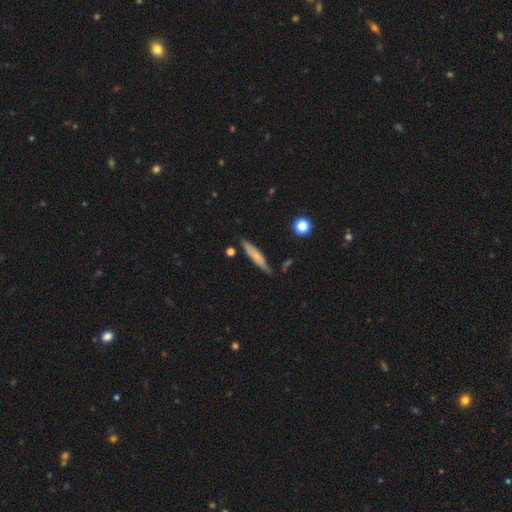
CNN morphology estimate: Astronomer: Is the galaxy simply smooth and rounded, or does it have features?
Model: smooth — 61%.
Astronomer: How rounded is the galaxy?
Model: cigar-shaped — 86%.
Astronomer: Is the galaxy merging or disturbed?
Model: none — 77%.